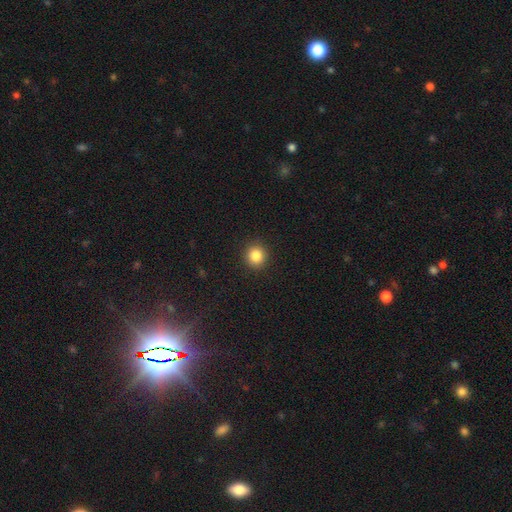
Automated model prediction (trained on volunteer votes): Smooth or featured: smooth — 85% (star or artifact — 11%)
How rounded: round — 91% (in between — 8%)
Merging: none — 92% (minor disturbance — 5%)